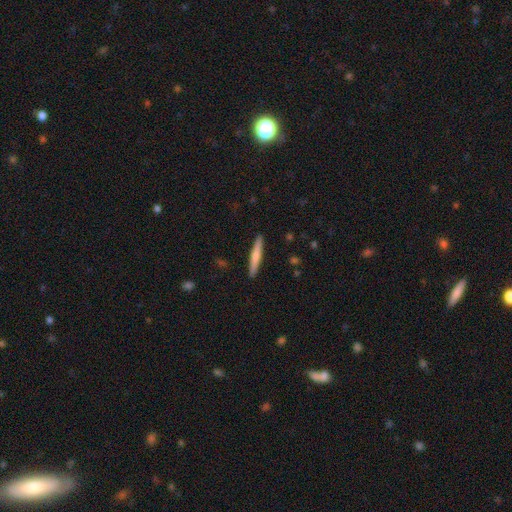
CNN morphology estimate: This appears to be a smooth galaxy with no disk features (61%) that is cigar-shaped (95%). Merging: none (92%).